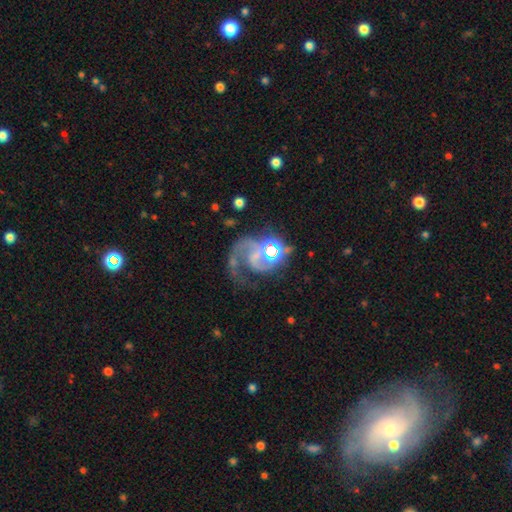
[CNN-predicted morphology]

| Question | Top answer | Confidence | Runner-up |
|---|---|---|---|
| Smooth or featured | featured or disk | 71% | star or artifact (16%) |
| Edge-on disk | no | 98% | yes (2%) |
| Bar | no | 57% | weak (32%) |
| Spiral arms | yes | 90% | no (10%) |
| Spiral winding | medium | 47% | loose (30%) |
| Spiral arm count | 1 | 48% | 2 (40%) |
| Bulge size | small | 34% | none (28%) |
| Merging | none | 37% | major disturbance (35%) |